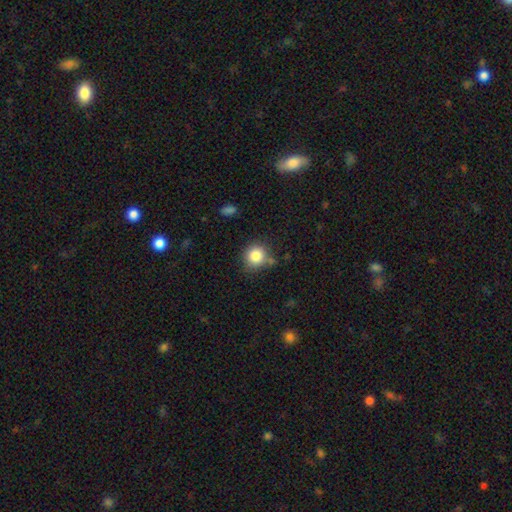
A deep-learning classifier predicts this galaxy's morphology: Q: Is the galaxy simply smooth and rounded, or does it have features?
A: smooth — 84%.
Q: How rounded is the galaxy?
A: round — 87%.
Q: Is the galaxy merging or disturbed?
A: none — 70%.